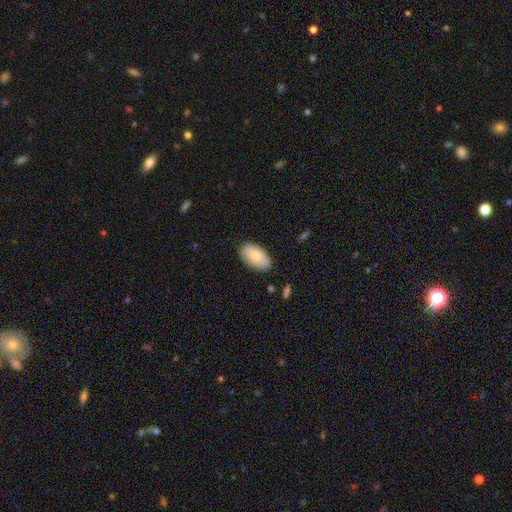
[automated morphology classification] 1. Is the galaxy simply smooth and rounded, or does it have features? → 78% smooth, 16% featured or disk, 6% star or artifact.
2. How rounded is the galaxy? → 95% in between, 4% round, 2% cigar-shaped.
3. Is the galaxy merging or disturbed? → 84% none, 12% minor disturbance, 2% major disturbance, 1% merger.